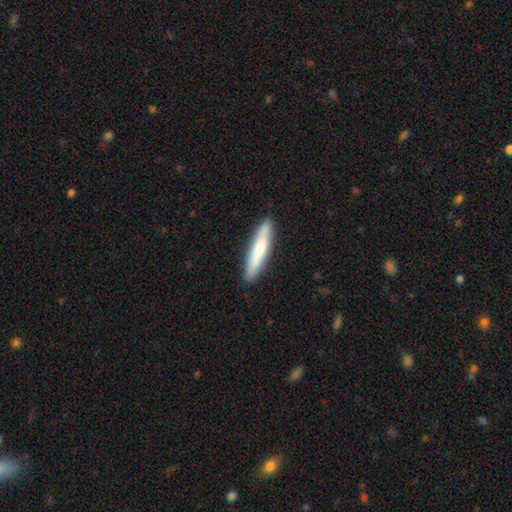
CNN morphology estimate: The model was most divided on "smooth or featured": smooth: 70%, featured or disk: 24%, star or artifact: 5%. More confident: merging — none (87%); how rounded — cigar-shaped (85%).